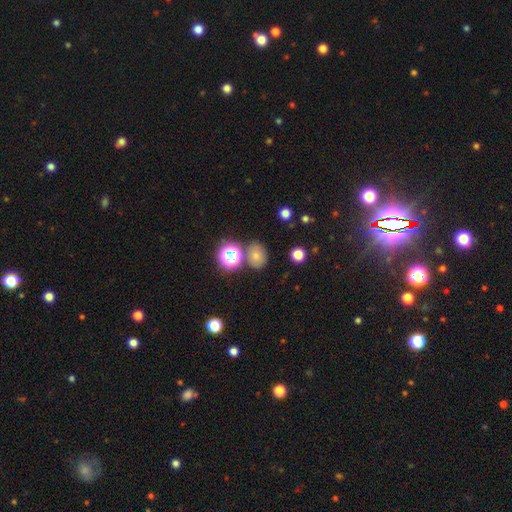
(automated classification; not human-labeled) smooth 66%, star or artifact 24%, featured or disk 10%. Down the decision tree: how rounded — round (51%); merging — none (71%).